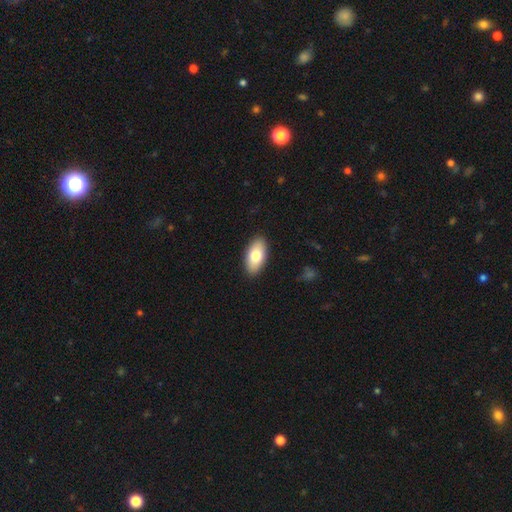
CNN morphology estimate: Smooth or featured? smooth (77%)
How rounded? in between (93%)
Merging? none (90%)